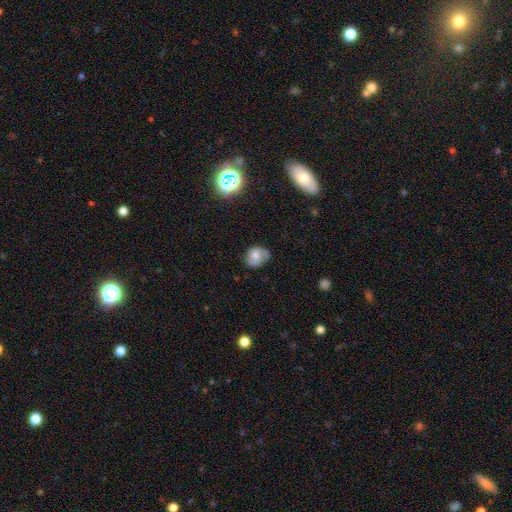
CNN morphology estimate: Smooth or featured? Predicted: smooth (p=0.62). How rounded? Predicted: round (p=0.52). Merging? Predicted: none (p=0.65).